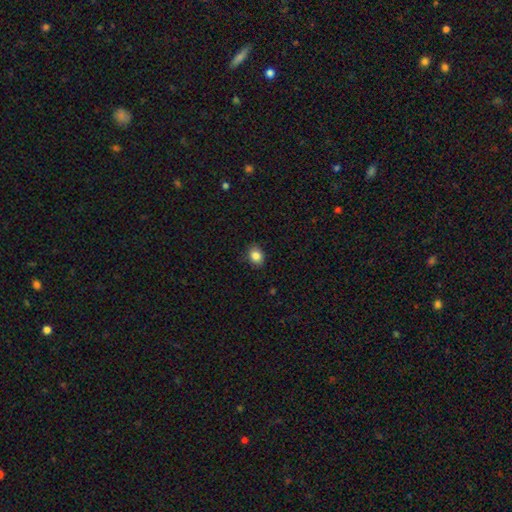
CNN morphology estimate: smooth_or_featured: smooth (p=0.85) [alt: star or artifact p=0.09]
how_rounded: in between (p=0.56) [alt: round p=0.43]
merging: none (p=0.87) [alt: minor disturbance p=0.10]